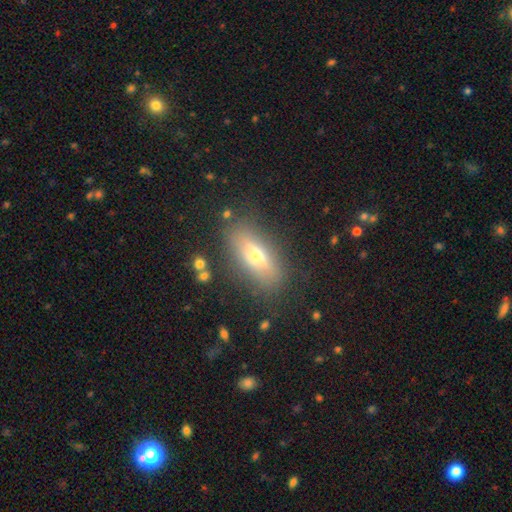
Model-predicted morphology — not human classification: A smooth galaxy with no disk features (54%) that is in between round and cigar-shaped (61%).

Vote fractions:
- Smooth or featured? smooth: 54% / featured or disk: 36% / star or artifact: 10%
- How rounded? in between: 61% / cigar-shaped: 35% / round: 4%
- Merging? none: 82% / minor disturbance: 11% / major disturbance: 4% / merger: 2%